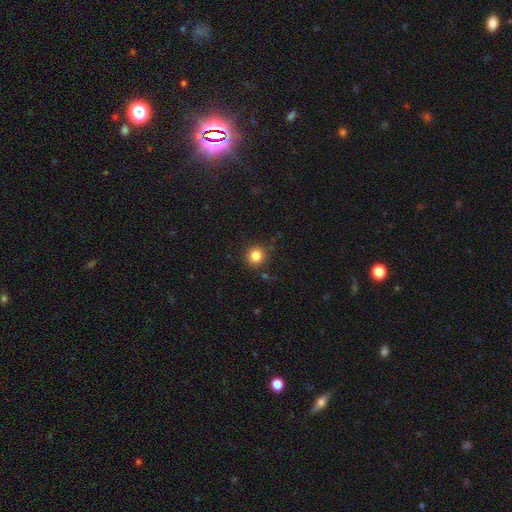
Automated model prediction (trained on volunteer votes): Smooth or featured: smooth — 83% (star or artifact — 12%)
How rounded: round — 93% (in between — 6%)
Merging: none — 87% (minor disturbance — 8%)